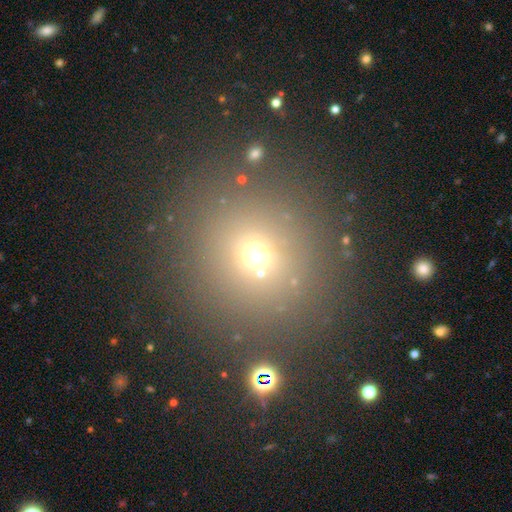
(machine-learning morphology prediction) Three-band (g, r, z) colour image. It shows a smooth galaxy with no disk features (58%) that is round (91%). Merging: none (84%).